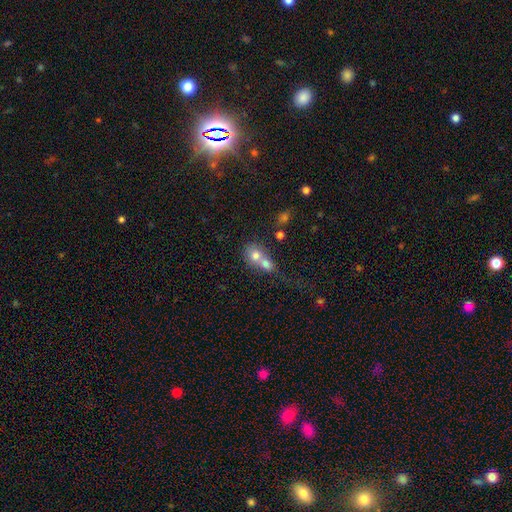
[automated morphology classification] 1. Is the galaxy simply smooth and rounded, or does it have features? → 71% smooth, 19% featured or disk, 10% star or artifact.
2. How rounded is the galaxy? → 62% round, 36% in between, 1% cigar-shaped.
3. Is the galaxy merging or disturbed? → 72% merger, 19% none, 5% minor disturbance, 3% major disturbance.